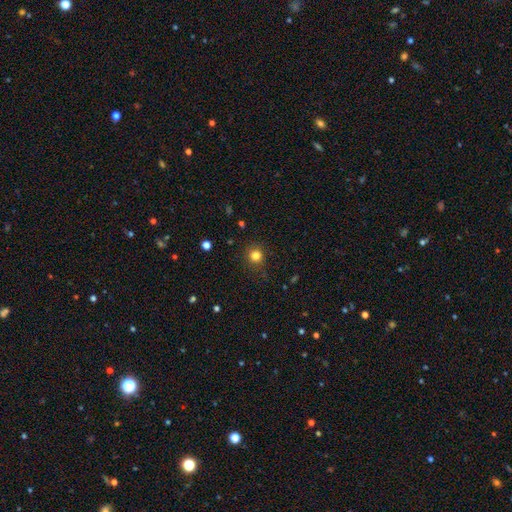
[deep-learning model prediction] Morphology: type=smooth (81%); roundness=round (91%); merging=none (87%).